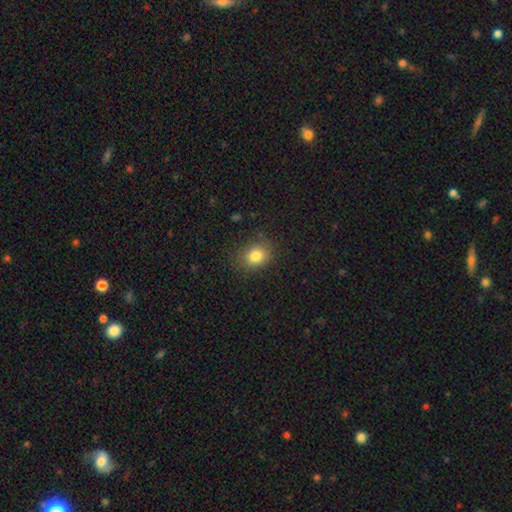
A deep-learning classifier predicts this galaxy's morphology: Overall: smooth (81%). How rounded: round (62%; in between 37%). Merging: none (83%).